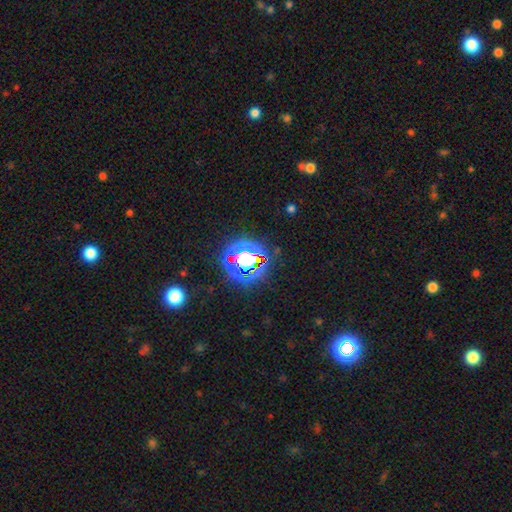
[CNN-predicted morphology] The model was most divided on "smooth or featured": star or artifact: 80%, smooth: 13%, featured or disk: 7%.